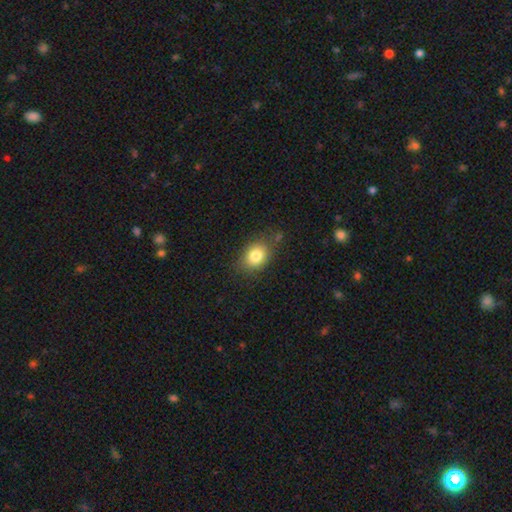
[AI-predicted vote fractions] Morphology: type=smooth (82%); roundness=in between (65%); merging=none (77%).